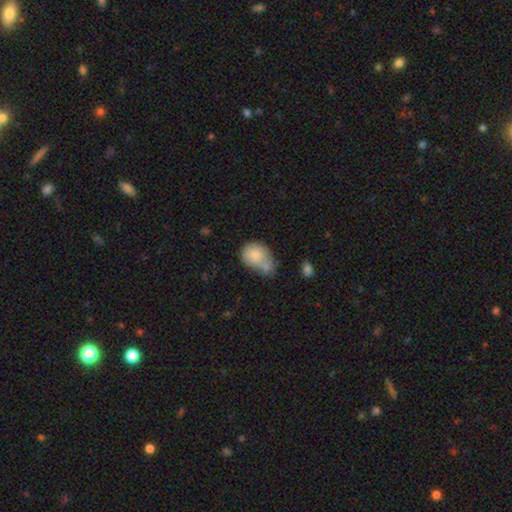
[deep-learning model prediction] Morphology: type=smooth (79%); roundness=in between (53%); merging=merger (48%).